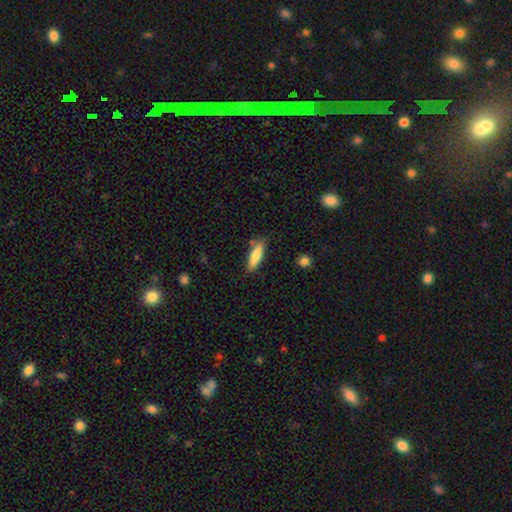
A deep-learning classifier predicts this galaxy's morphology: Smooth or featured?
  - smooth: 76% *
  - featured or disk: 18%
  - star or artifact: 6%
How rounded?
  - cigar-shaped: 63% *
  - in between: 35%
  - round: 2%
Merging?
  - none: 78% *
  - minor disturbance: 14%
  - merger: 5%
  - major disturbance: 3%